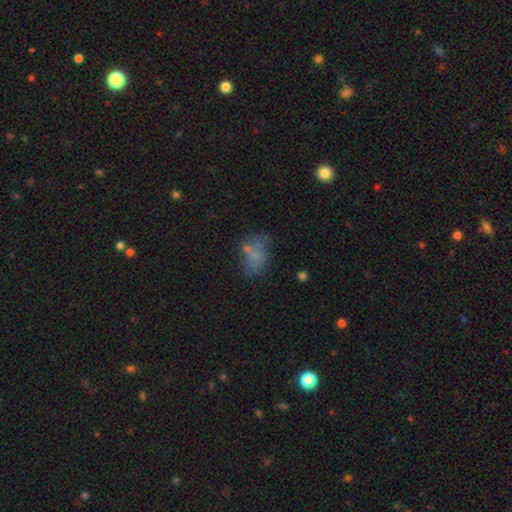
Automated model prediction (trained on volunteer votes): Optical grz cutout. It shows a smooth galaxy with no disk features (59%) that is in between round and cigar-shaped (72%). Merging: none (42%).